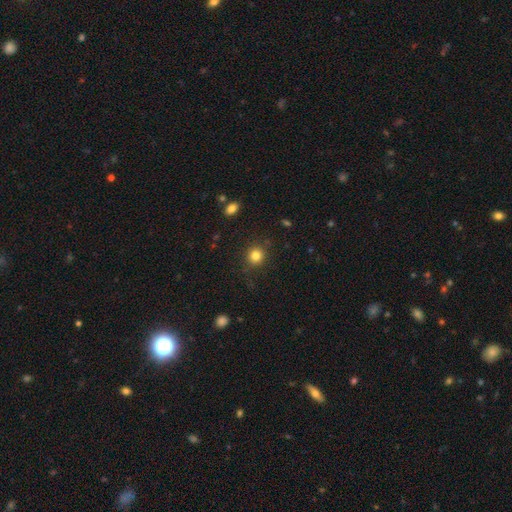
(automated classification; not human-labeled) Smooth or featured? Predicted: smooth (p=0.83). How rounded? Predicted: round (p=0.89). Merging? Predicted: none (p=0.88).